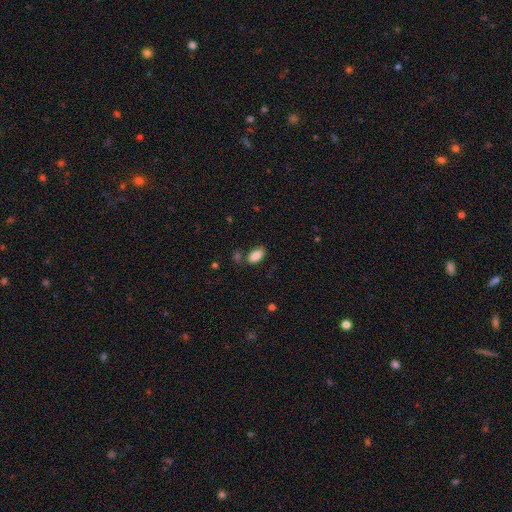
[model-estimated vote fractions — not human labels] smooth-or-featured: smooth: 87% | star or artifact: 8% | featured or disk: 5%
  how-rounded: in between: 94% | round: 3% | cigar-shaped: 2%
  merging: none: 74% | minor disturbance: 15% | merger: 7% | major disturbance: 4%